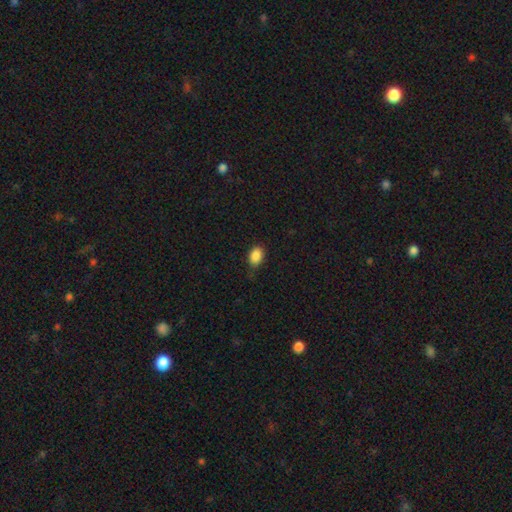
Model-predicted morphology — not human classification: A smooth galaxy with no disk features (88%) that is in between round and cigar-shaped (81%). Merging: none (79%).